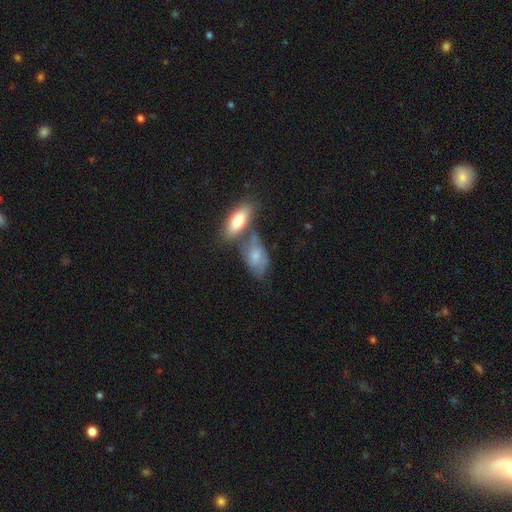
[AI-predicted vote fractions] Smooth or featured?
  - smooth: 63% *
  - featured or disk: 29%
  - star or artifact: 7%
How rounded?
  - in between: 88% *
  - cigar-shaped: 7%
  - round: 5%
Merging?
  - none: 39% *
  - merger: 34%
  - minor disturbance: 19%
  - major disturbance: 8%